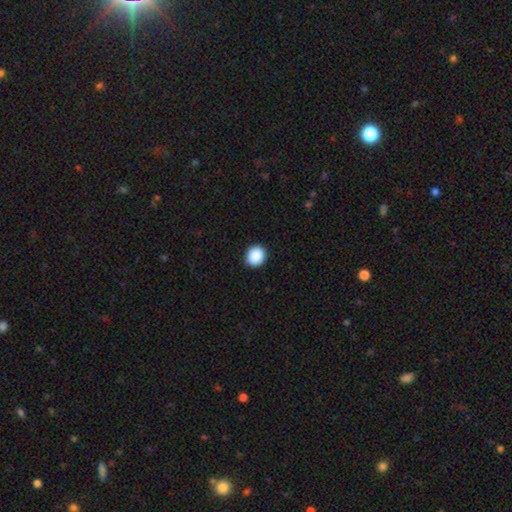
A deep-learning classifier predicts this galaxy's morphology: smooth_or_featured: smooth (p=0.90) [alt: star or artifact p=0.08]
how_rounded: round (p=0.85) [alt: in between p=0.14]
merging: none (p=0.92) [alt: minor disturbance p=0.06]